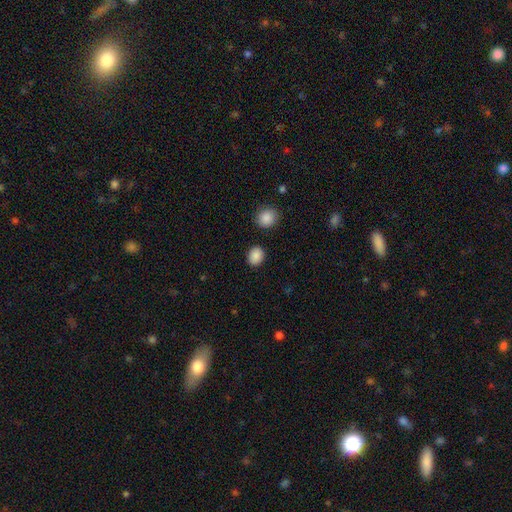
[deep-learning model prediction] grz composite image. It shows a smooth galaxy with no disk features (88%) that is round (58%). Merging: none (88%).